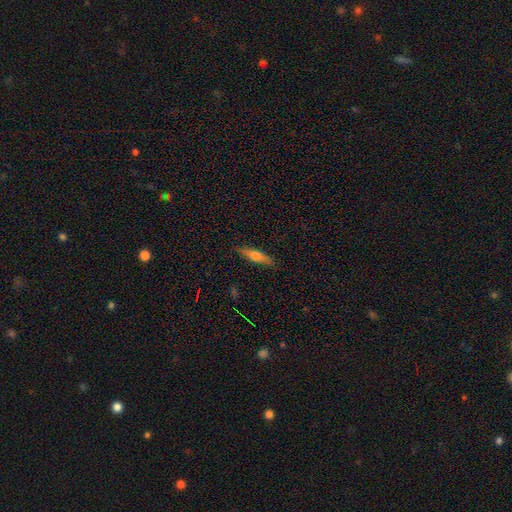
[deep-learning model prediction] This appears to be a smooth galaxy with no disk features (52%) that is cigar-shaped (75%). Merging: none (88%).